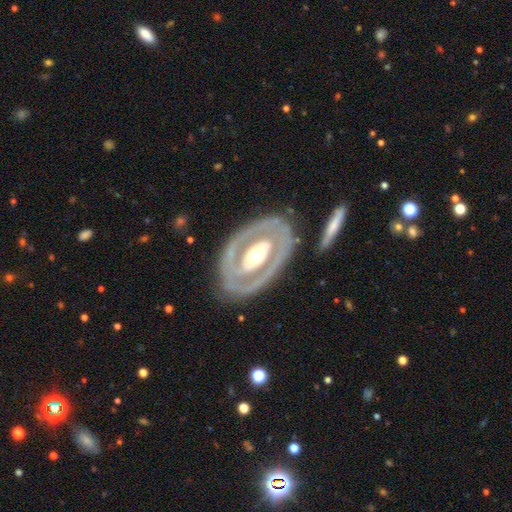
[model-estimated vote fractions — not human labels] Smooth or featured? featured or disk (79%)
Edge-on disk? no (93%)
Bar? no (51%)
Spiral arms? no (53%)
Bulge size? moderate (60%)
Merging? none (77%)